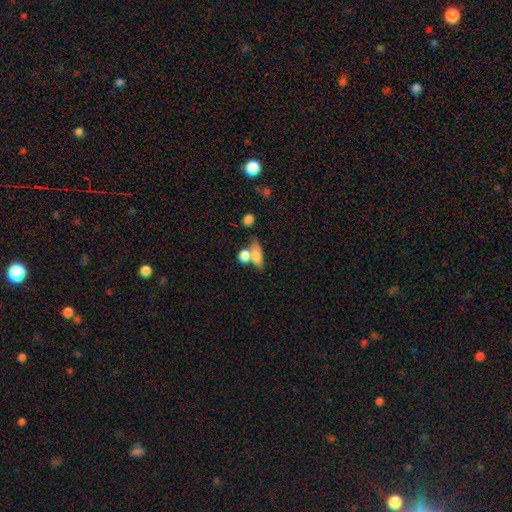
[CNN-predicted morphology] Smooth or featured: smooth — 70% (featured or disk — 21%)
How rounded: in between — 56% (cigar-shaped — 27%)
Merging: none — 42% (merger — 40%)